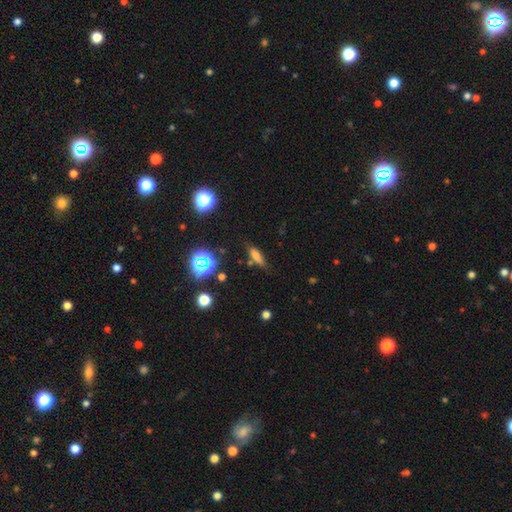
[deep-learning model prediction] This appears to be a smooth galaxy with no disk features (65%) that is cigar-shaped (54%). Merging: none (73%).